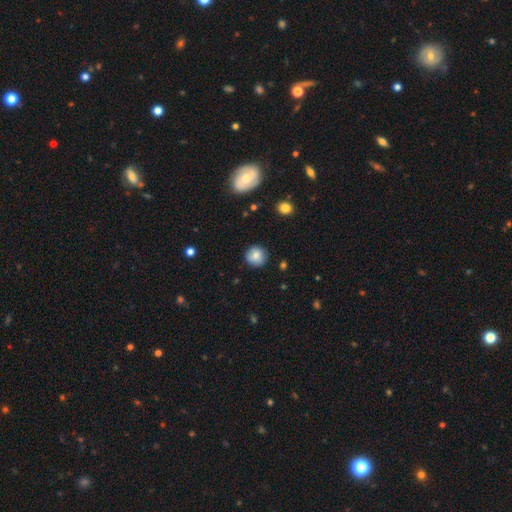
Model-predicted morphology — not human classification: Smooth or featured: smooth — 80% (featured or disk — 11%)
How rounded: round — 91% (in between — 7%)
Merging: none — 86% (minor disturbance — 11%)